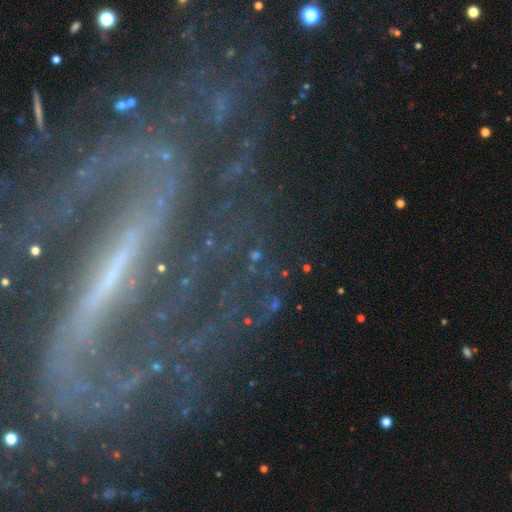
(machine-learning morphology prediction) Smooth or featured? Predicted: star or artifact (p=0.64).